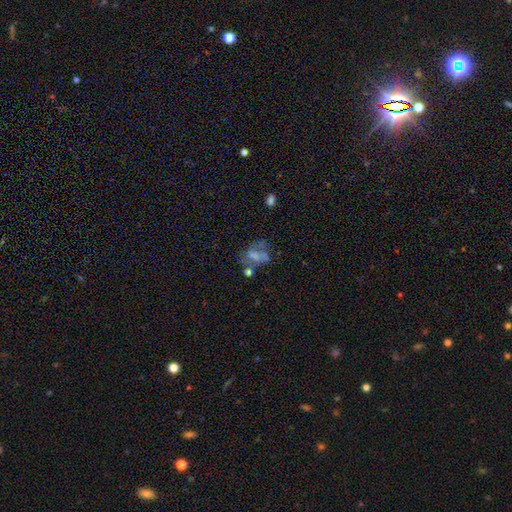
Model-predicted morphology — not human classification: Smooth or featured: featured or disk — 44% (smooth — 39%)
Merging: major disturbance — 32% (none — 30%)